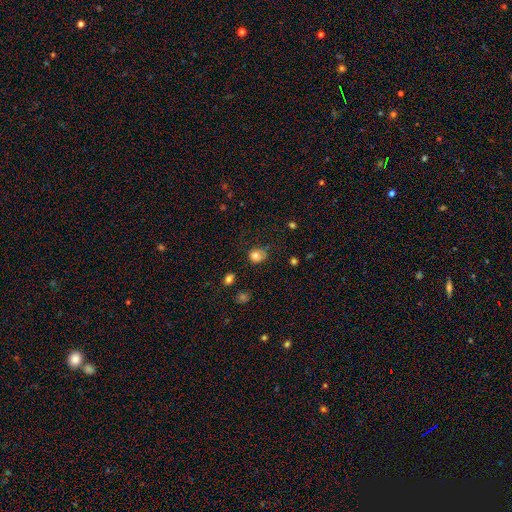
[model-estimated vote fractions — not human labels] smooth_or_featured: smooth (p=0.79) [alt: star or artifact p=0.11]
how_rounded: round (p=0.67) [alt: in between p=0.32]
merging: none (p=0.56) [alt: minor disturbance p=0.30]